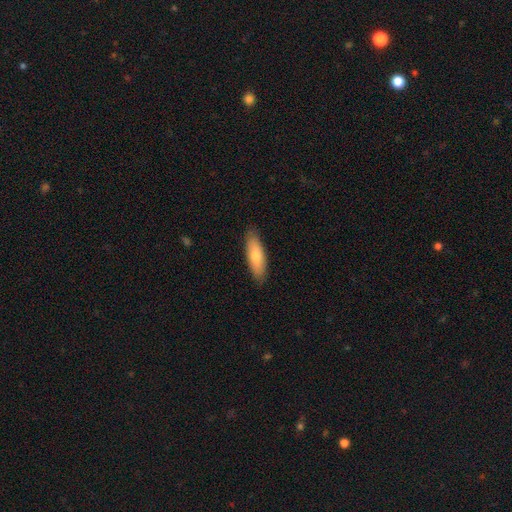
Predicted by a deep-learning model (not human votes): smooth-or-featured: smooth: 76% | featured or disk: 19% | star or artifact: 6%
  how-rounded: in between: 52% | cigar-shaped: 47% | round: 2%
  merging: none: 87% | minor disturbance: 10% | major disturbance: 2% | merger: 1%